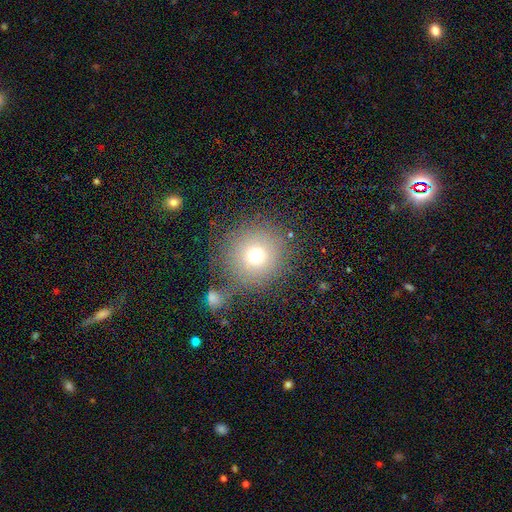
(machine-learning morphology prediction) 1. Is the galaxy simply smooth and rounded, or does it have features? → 71% smooth, 17% star or artifact, 12% featured or disk.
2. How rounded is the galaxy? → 92% round, 7% in between, 1% cigar-shaped.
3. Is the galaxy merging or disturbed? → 73% none, 12% merger, 10% minor disturbance, 6% major disturbance.